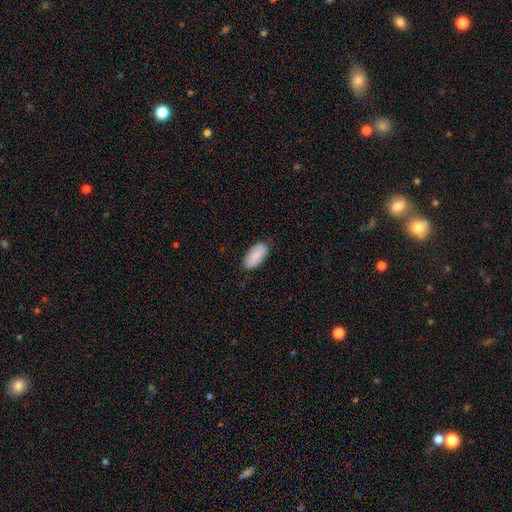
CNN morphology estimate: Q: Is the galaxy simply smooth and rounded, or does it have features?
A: smooth — 87%.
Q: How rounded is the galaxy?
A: in between — 92%.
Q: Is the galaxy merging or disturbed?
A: none — 81%.